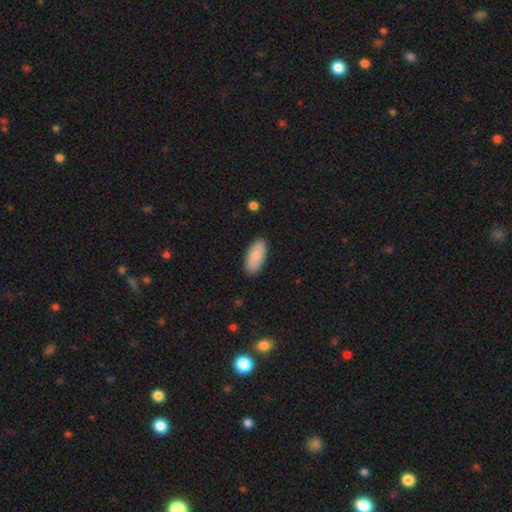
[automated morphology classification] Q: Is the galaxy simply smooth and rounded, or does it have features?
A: smooth — 84%.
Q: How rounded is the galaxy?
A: in between — 91%.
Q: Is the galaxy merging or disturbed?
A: none — 88%.